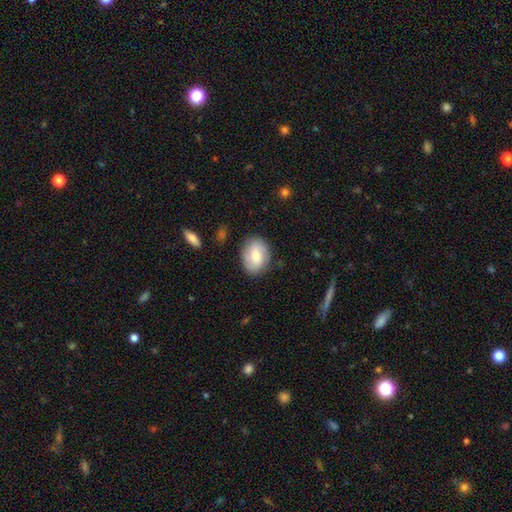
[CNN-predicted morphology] smooth 65%, featured or disk 28%, star or artifact 7%. Down the decision tree: how rounded — in between (62%); merging — none (83%).